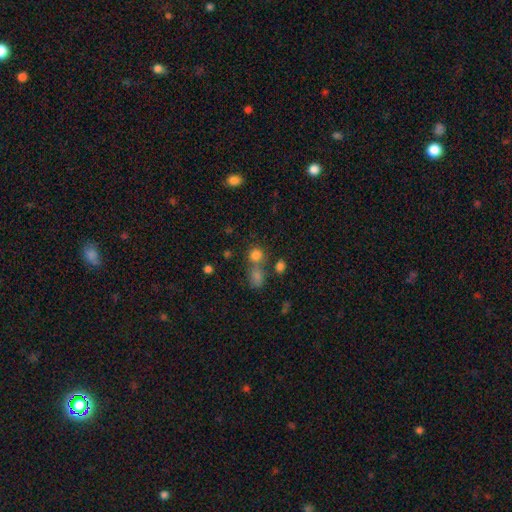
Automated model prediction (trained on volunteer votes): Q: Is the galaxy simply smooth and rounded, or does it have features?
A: smooth — 78%.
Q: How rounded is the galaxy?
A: round — 78%.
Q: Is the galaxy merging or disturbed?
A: none — 53%.